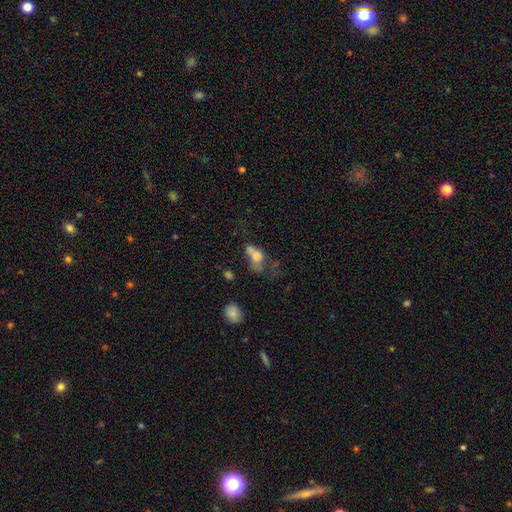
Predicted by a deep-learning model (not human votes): A smooth galaxy with no disk features (65%) that is in between round and cigar-shaped (74%).

Vote fractions:
- Smooth or featured? smooth: 65% / featured or disk: 23% / star or artifact: 12%
- How rounded? in between: 74% / round: 22% / cigar-shaped: 5%
- Merging? merger: 32% / major disturbance: 30% / none: 21% / minor disturbance: 17%